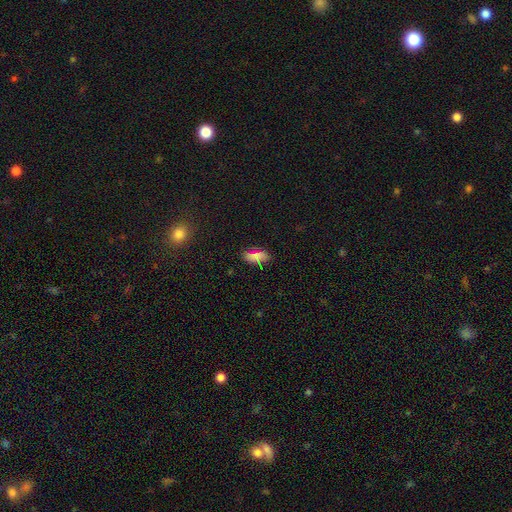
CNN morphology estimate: Smooth or featured: smooth — 68% (star or artifact — 20%)
How rounded: in between — 86% (cigar-shaped — 9%)
Merging: none — 80% (minor disturbance — 14%)